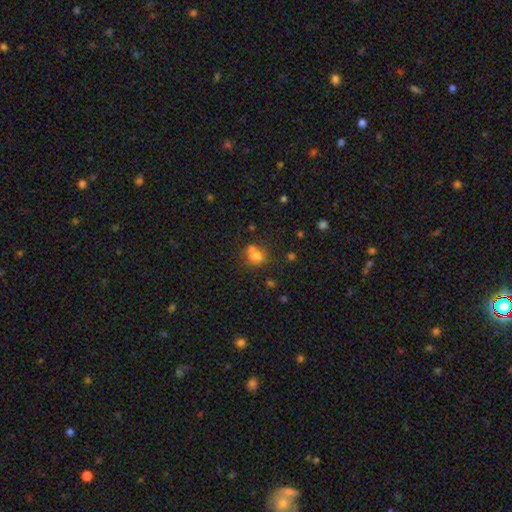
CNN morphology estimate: Overall: smooth (74%). How rounded: round (75%). Merging: none (47%; merger 37%).